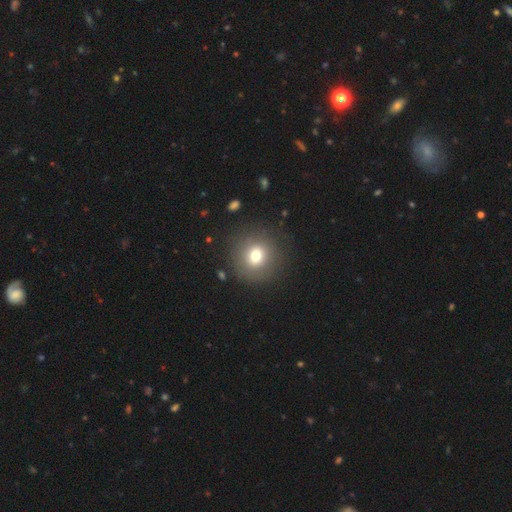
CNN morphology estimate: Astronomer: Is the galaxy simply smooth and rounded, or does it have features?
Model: smooth — 73%.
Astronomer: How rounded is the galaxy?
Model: round — 92%.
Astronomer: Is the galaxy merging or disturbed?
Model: none — 86%.